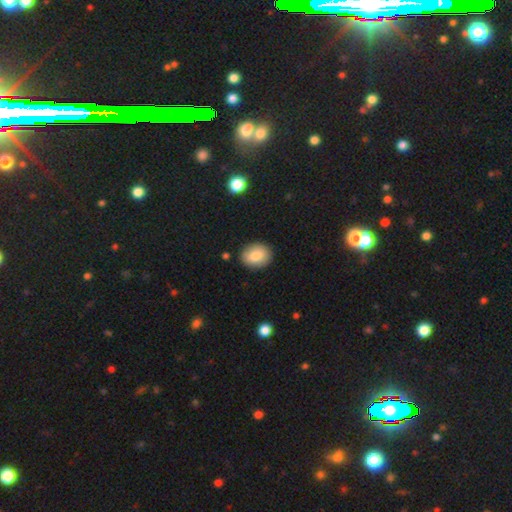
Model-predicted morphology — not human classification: type=smooth (80%); roundness=in between (51%); merging=none (87%).